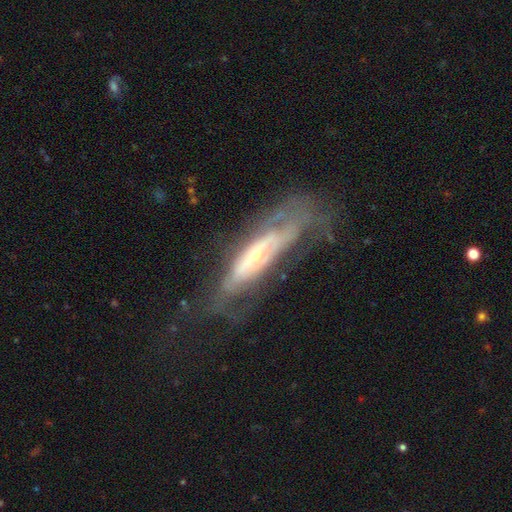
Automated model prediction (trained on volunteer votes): A featured or disk galaxy (74%). Merging: none (49%).